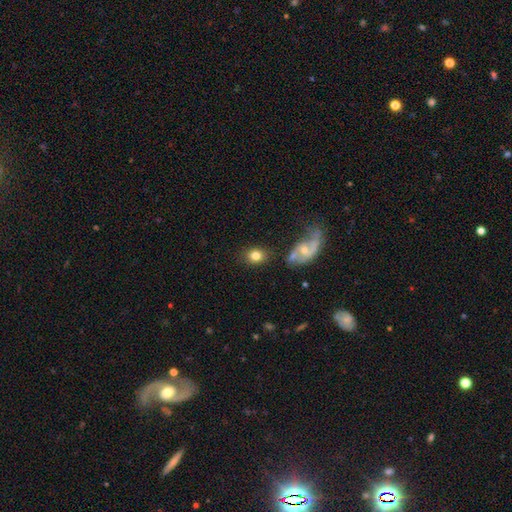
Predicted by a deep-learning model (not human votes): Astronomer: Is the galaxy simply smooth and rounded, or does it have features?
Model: smooth — 78%.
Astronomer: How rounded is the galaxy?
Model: round — 54% (runner-up: in between, 45%).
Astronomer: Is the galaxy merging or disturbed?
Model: none — 76%.